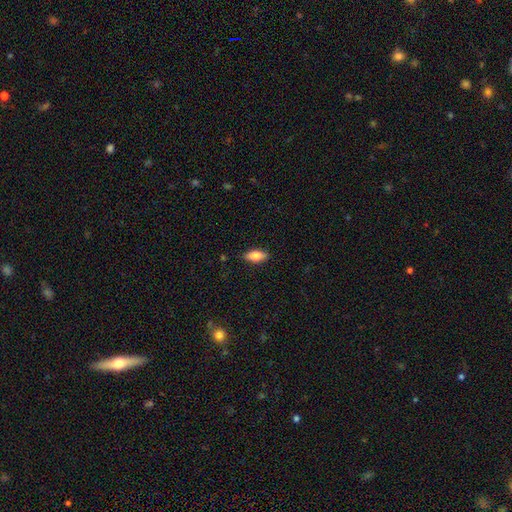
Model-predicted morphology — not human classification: Smooth or featured: smooth — 74% (featured or disk — 20%)
How rounded: in between — 81% (cigar-shaped — 16%)
Merging: none — 87% (minor disturbance — 9%)